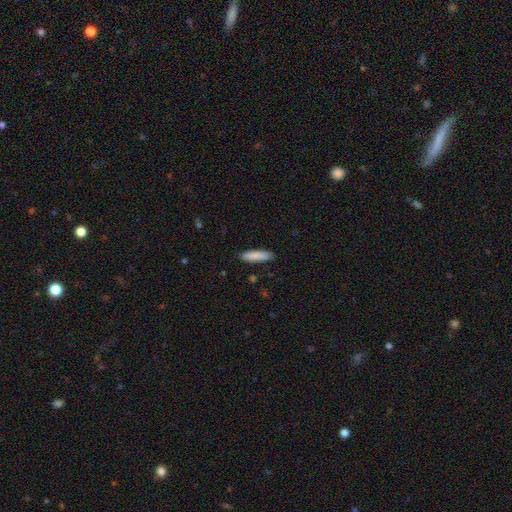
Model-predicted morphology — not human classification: A smooth galaxy with no disk features (87%) that is cigar-shaped (70%).

Vote fractions:
- Smooth or featured? smooth: 87% / featured or disk: 8% / star or artifact: 6%
- How rounded? cigar-shaped: 70% / in between: 28% / round: 1%
- Merging? none: 88% / minor disturbance: 9% / major disturbance: 2% / merger: 1%